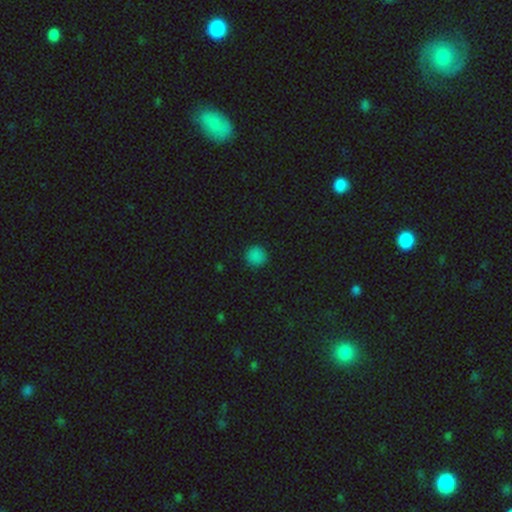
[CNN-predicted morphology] This appears to be a smooth galaxy with no disk features (84%) that is round (94%). Merging: none (91%).